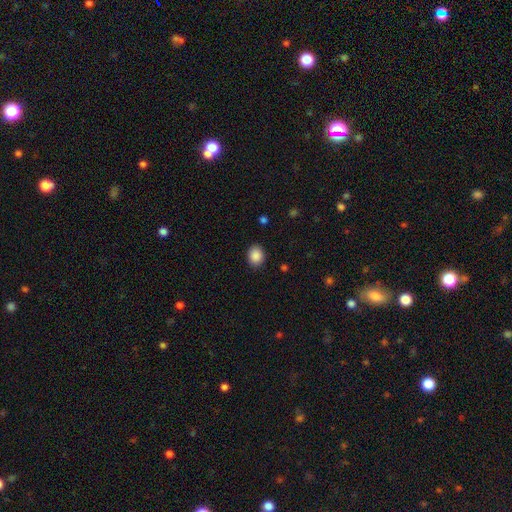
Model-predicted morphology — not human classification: This is clearly a smooth galaxy (88%). How rounded: possibly round (56%). Merging: clearly none (88%).